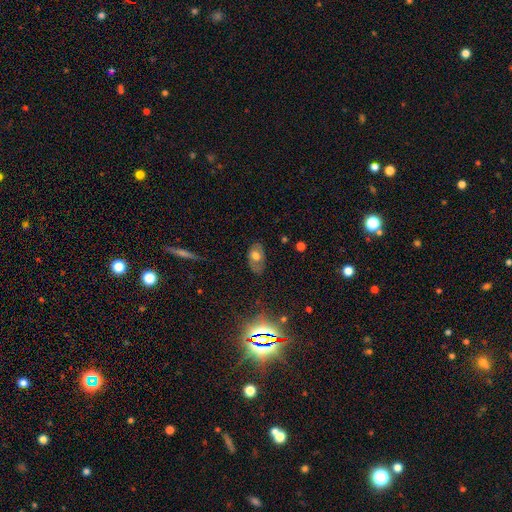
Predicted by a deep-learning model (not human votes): This is possibly a smooth galaxy (55%). How rounded: clearly in between (89%). Merging: likely none (69%).